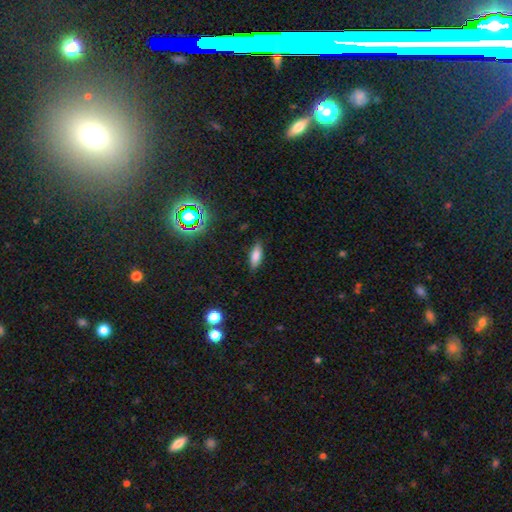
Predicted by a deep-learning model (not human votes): This appears to be a smooth galaxy with no disk features (78%) that is in between round and cigar-shaped (65%). Merging: none (85%).